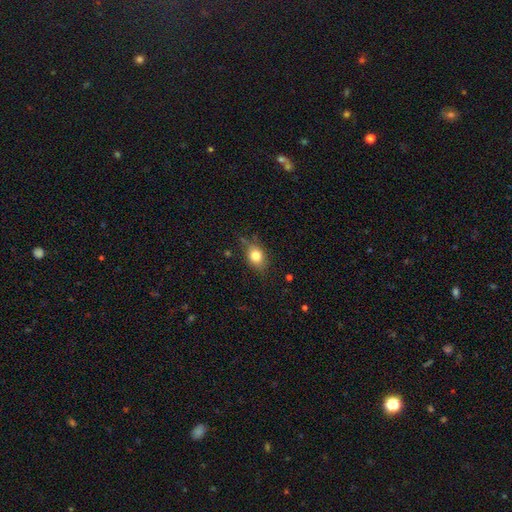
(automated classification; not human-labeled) Smooth or featured? smooth (79%)
How rounded? in between (61%)
Merging? none (72%)